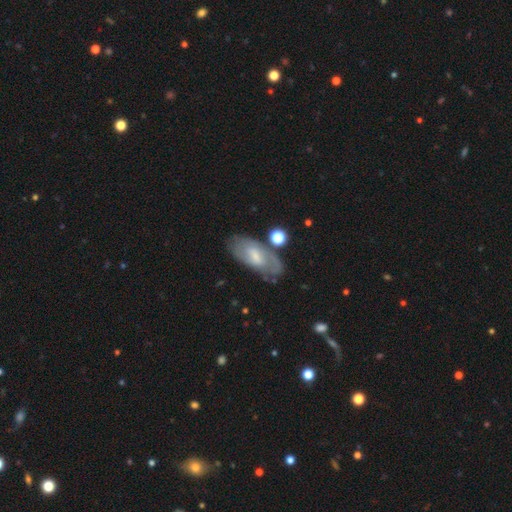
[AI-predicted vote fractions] Morphology: type=featured or disk (54%); edge-on=no (87%); merging=none (67%).